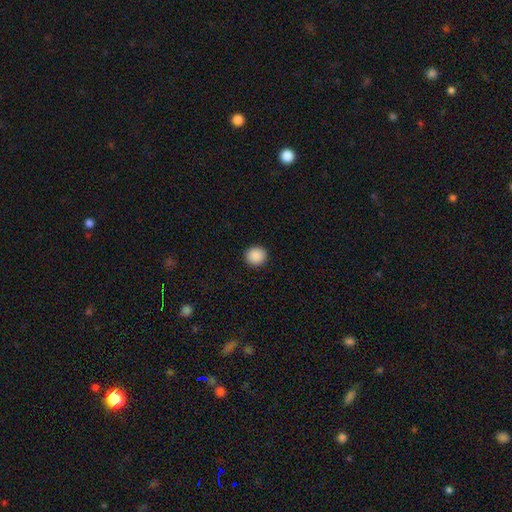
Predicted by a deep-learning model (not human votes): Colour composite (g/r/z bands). It shows a smooth galaxy with no disk features (90%) that is round (91%). Merging: none (93%).